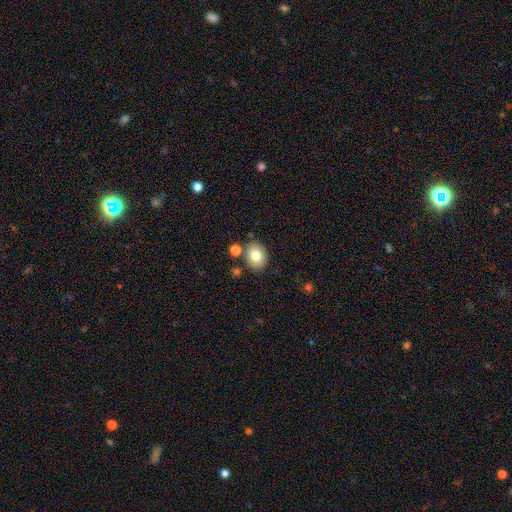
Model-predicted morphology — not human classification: type=smooth (79%); roundness=in between (57%); merging=none (80%).